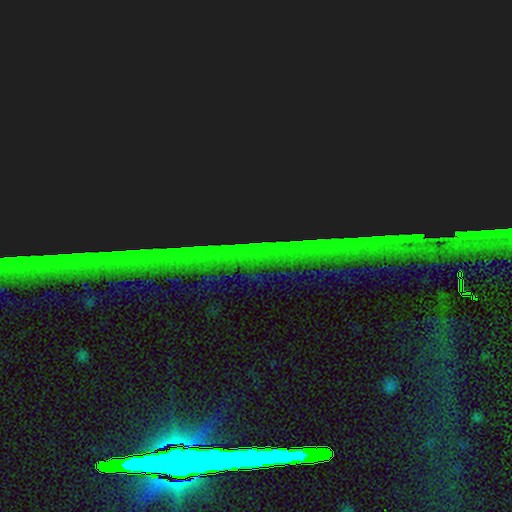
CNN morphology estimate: smooth_or_featured: star or artifact (p=0.86) [alt: featured or disk p=0.08]